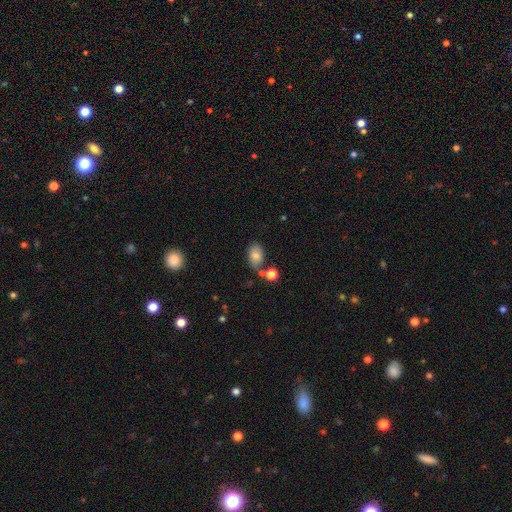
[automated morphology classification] A smooth galaxy with no disk features (80%) that is in between round and cigar-shaped (85%). Merging: none (64%).